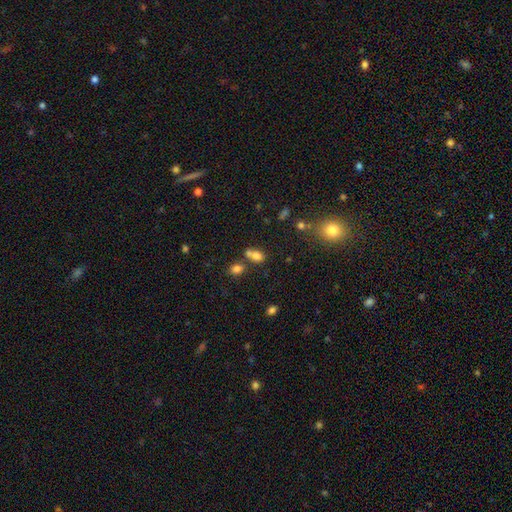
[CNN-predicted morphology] The model was most divided on "merging": merger: 47%, none: 37%, minor disturbance: 10%, major disturbance: 5%. More confident: smooth or featured — smooth (75%); how rounded — in between (65%).